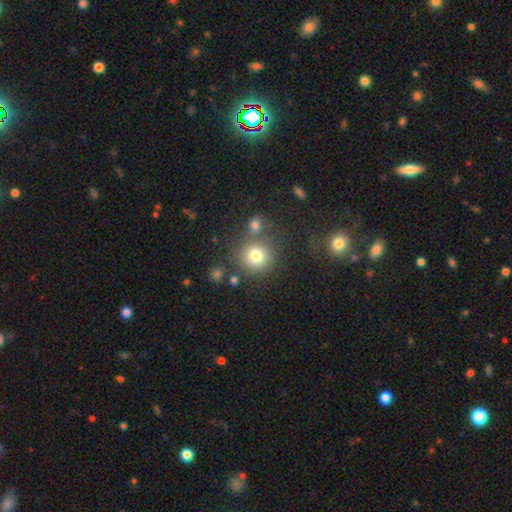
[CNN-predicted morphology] The model was most divided on "merging": none: 69%, merger: 16%, minor disturbance: 10%, major disturbance: 5%. More confident: how rounded — round (90%); smooth or featured — smooth (78%).